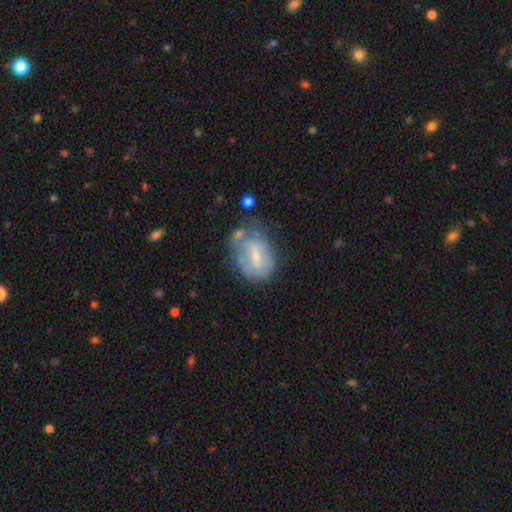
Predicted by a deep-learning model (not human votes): smooth-or-featured: featured or disk: 55% | smooth: 36% | star or artifact: 9%
  disk-edge-on: no: 95% | yes: 5%
    bar: weak: 47% | no: 27% | strong: 25%
    has-spiral-arms: no: 58% | yes: 42%
    bulge-size: small: 42% | moderate: 31% | none: 23% | large: 3% | dominant: 1%
  merging: none: 40% | minor disturbance: 31% | major disturbance: 20% | merger: 10%